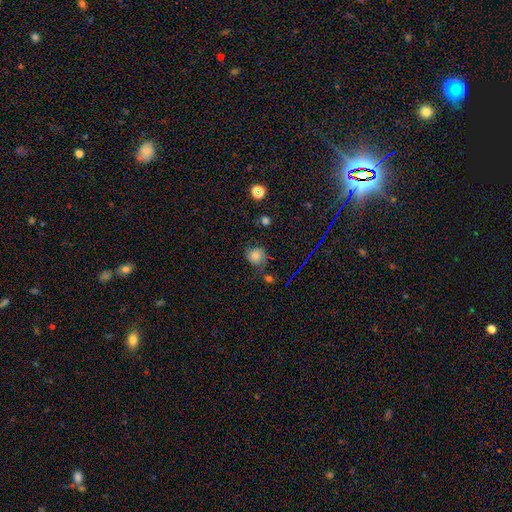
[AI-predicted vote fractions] smooth_or_featured: smooth (p=0.62) [alt: featured or disk p=0.22]
how_rounded: round (p=0.78) [alt: in between p=0.21]
merging: none (p=0.57) [alt: minor disturbance p=0.25]